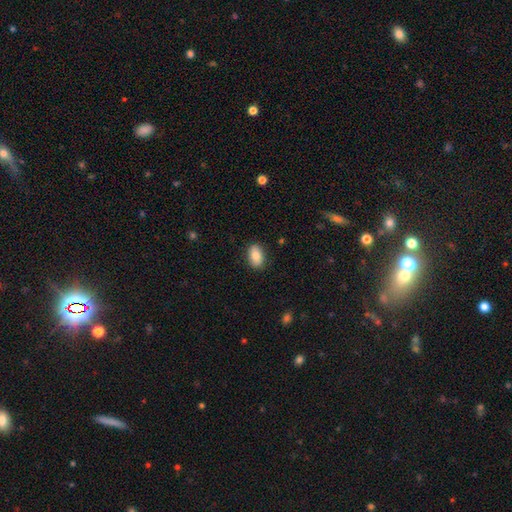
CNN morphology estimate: Smooth or featured? smooth (83%)
How rounded? in between (89%)
Merging? none (87%)